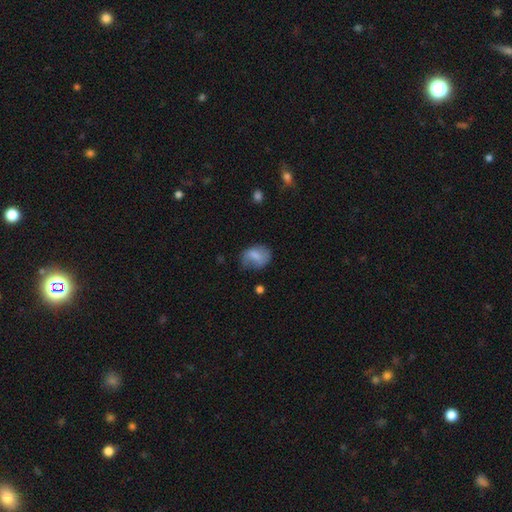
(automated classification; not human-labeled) A smooth galaxy with no disk features (70%) that is in between round and cigar-shaped (69%). Merging: none (53%).